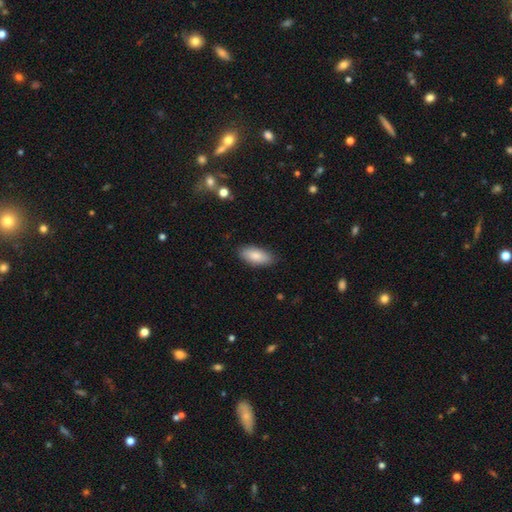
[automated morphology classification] smooth-or-featured: smooth: 86% | featured or disk: 8% | star or artifact: 6%
  how-rounded: in between: 88% | cigar-shaped: 10% | round: 2%
  merging: none: 87% | minor disturbance: 10% | major disturbance: 2% | merger: 1%